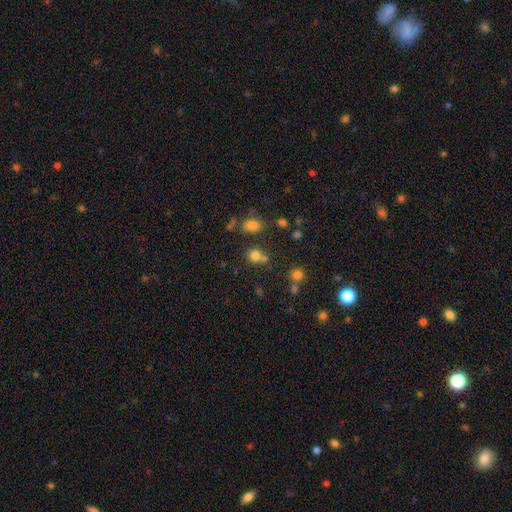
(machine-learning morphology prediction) smooth-or-featured: smooth: 76% | star or artifact: 17% | featured or disk: 8%
  how-rounded: round: 75% | in between: 24% | cigar-shaped: 1%
  merging: none: 59% | merger: 26% | minor disturbance: 11% | major disturbance: 5%